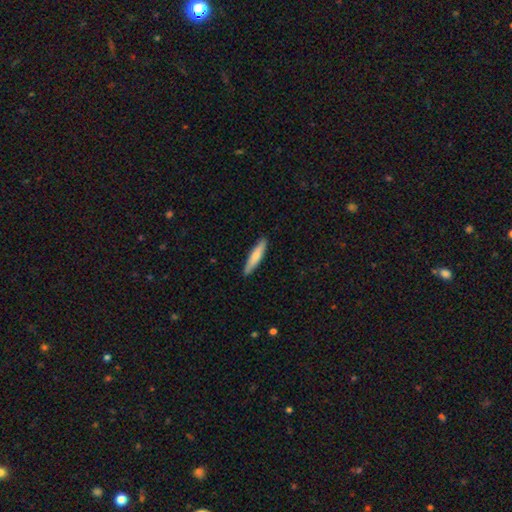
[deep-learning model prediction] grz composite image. It shows a smooth galaxy with no disk features (71%) that is cigar-shaped (85%). Merging: none (89%).